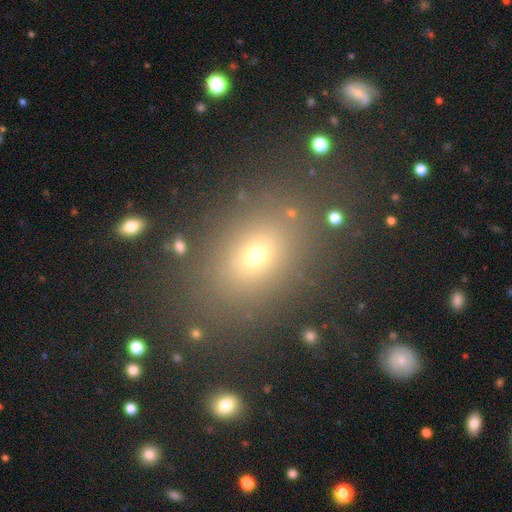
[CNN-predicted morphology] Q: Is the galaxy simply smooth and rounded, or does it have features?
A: smooth — 64%.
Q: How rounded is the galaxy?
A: in between — 68%.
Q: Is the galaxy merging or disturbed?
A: none — 83%.